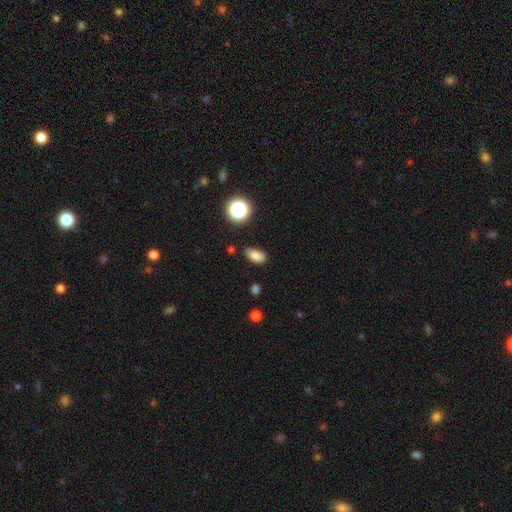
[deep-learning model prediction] A smooth galaxy with no disk features (82%) that is in between round and cigar-shaped (87%). Merging: none (78%).